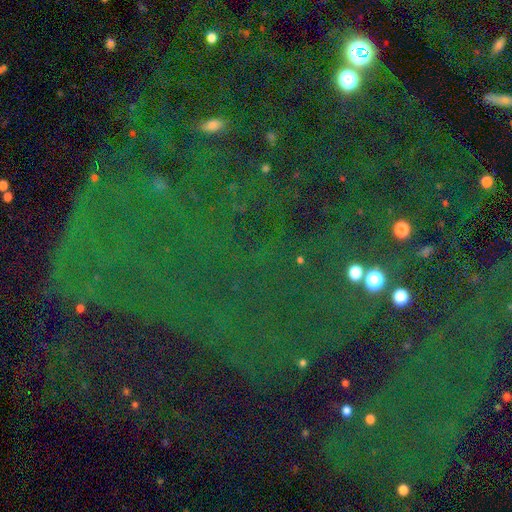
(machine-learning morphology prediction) This appears to be a star or artifact, not a galaxy (83%).